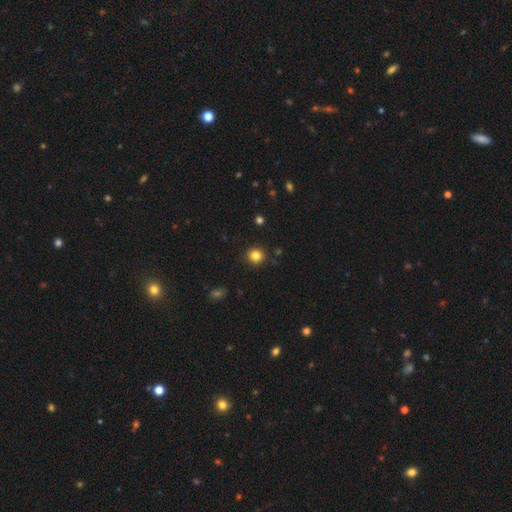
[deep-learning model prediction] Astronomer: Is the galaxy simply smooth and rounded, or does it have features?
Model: smooth — 82%.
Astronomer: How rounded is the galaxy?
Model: round — 92%.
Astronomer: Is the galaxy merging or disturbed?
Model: none — 90%.